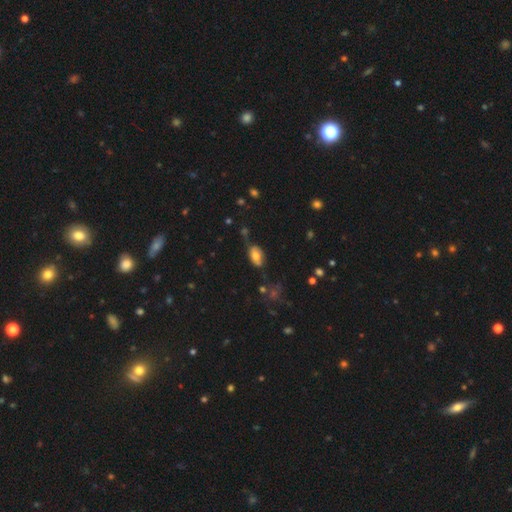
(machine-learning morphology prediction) A smooth galaxy with no disk features (69%) that is in between round and cigar-shaped (90%).

Vote fractions:
- Smooth or featured? smooth: 69% / featured or disk: 22% / star or artifact: 9%
- How rounded? in between: 90% / round: 8% / cigar-shaped: 2%
- Merging? none: 59% / minor disturbance: 27% / major disturbance: 9% / merger: 5%